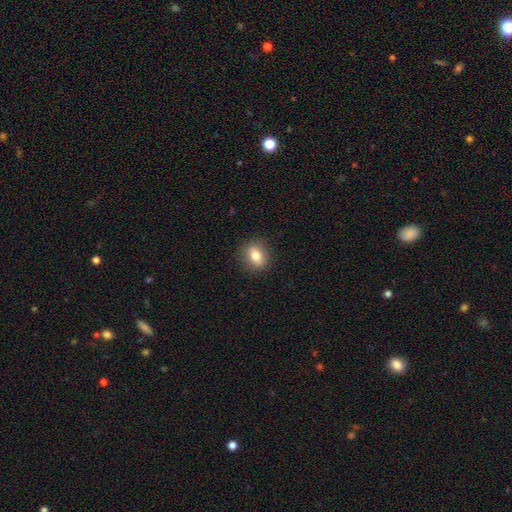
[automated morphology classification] This is likely a smooth galaxy (74%). How rounded: possibly round (53%). Merging: clearly none (88%).